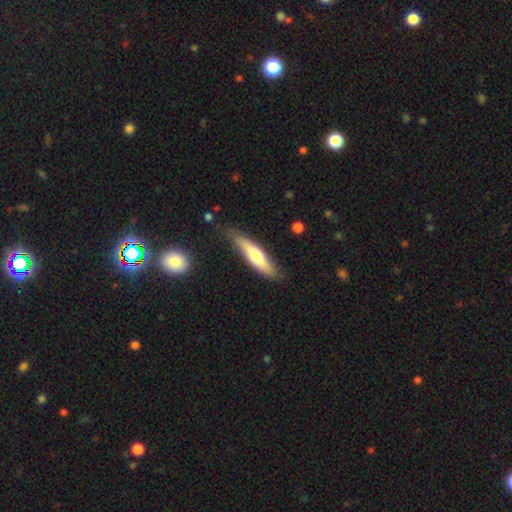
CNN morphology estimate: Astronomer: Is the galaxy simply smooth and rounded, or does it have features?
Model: smooth — 62%.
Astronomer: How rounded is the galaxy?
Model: cigar-shaped — 74%.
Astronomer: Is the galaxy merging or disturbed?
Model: none — 77%.